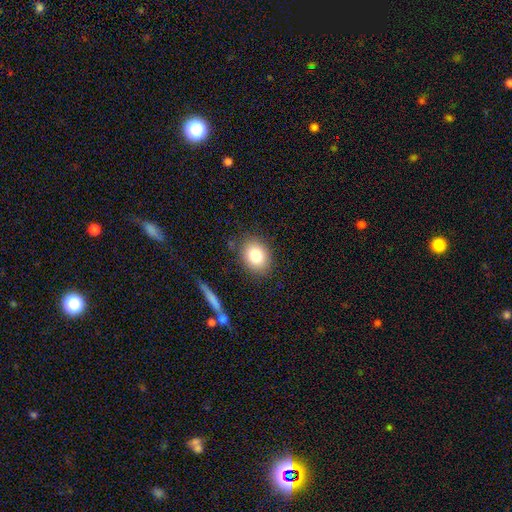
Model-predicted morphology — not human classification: Q: Smooth or featured?
A: smooth (80%); runner-up: featured or disk (10%)
Q: How rounded?
A: in between (51%); runner-up: round (47%)
Q: Merging?
A: none (84%); runner-up: minor disturbance (11%)